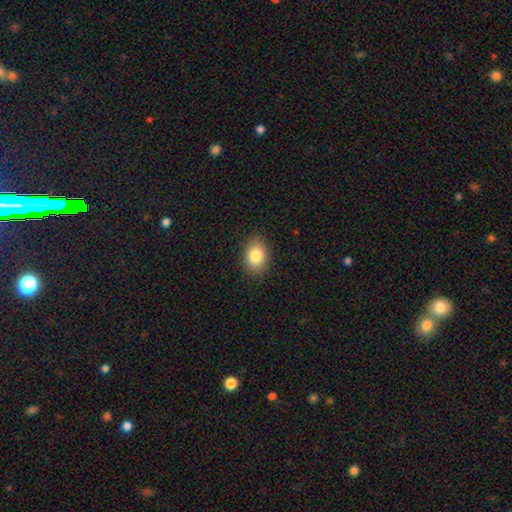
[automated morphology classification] Q: Smooth or featured?
A: smooth (84%); runner-up: star or artifact (9%)
Q: How rounded?
A: in between (71%); runner-up: round (28%)
Q: Merging?
A: none (87%); runner-up: minor disturbance (9%)